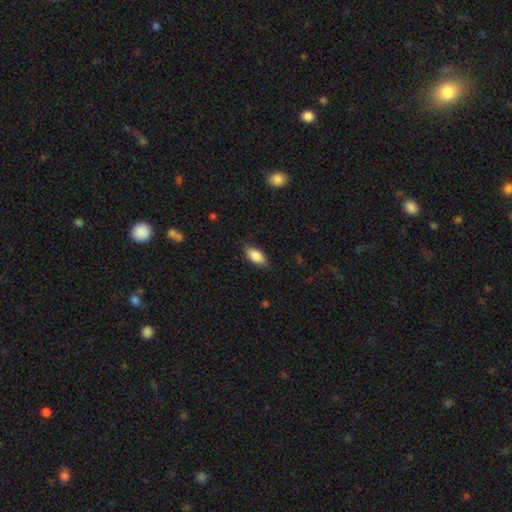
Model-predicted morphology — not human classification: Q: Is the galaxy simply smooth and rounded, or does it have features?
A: smooth — 86%.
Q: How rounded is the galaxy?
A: in between — 91%.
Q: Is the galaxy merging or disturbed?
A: none — 79%.